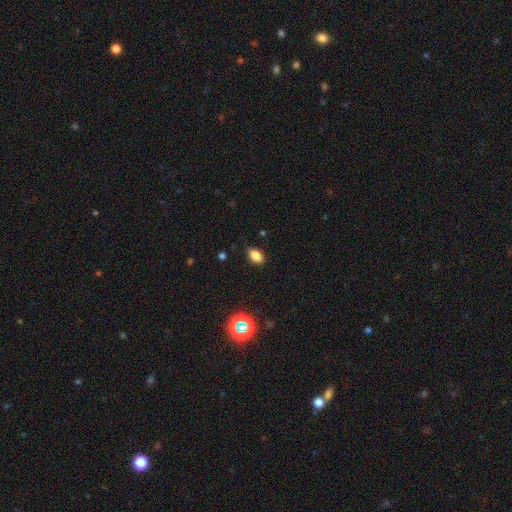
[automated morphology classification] Smooth or featured: smooth — 84% (star or artifact — 12%)
How rounded: in between — 85% (round — 14%)
Merging: none — 86% (minor disturbance — 10%)